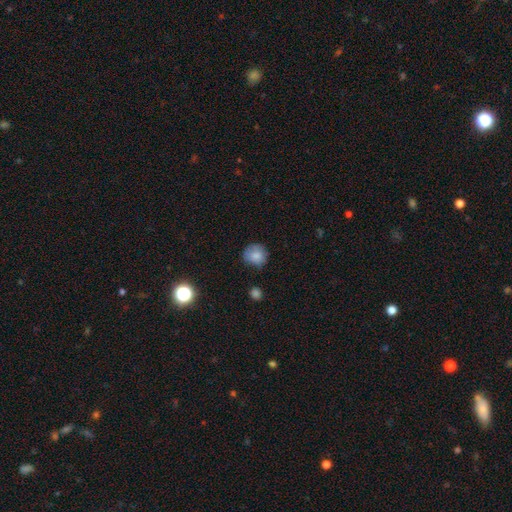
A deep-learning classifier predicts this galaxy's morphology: smooth_or_featured: smooth (p=0.82) [alt: star or artifact p=0.09]
how_rounded: round (p=0.88) [alt: in between p=0.11]
merging: none (p=0.74) [alt: minor disturbance p=0.20]